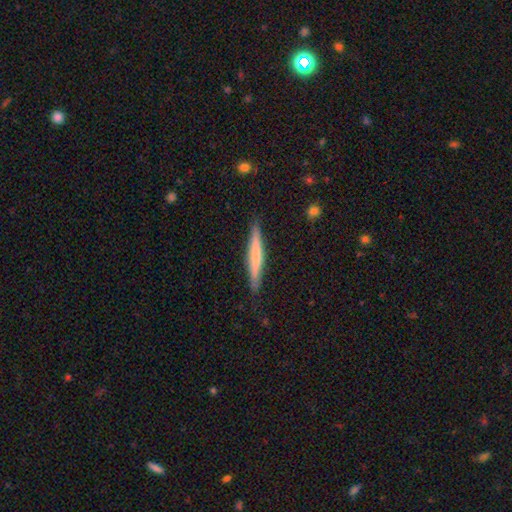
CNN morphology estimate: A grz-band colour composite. It shows a smooth galaxy with no disk features (53%) that is cigar-shaped (95%). Merging: none (89%).